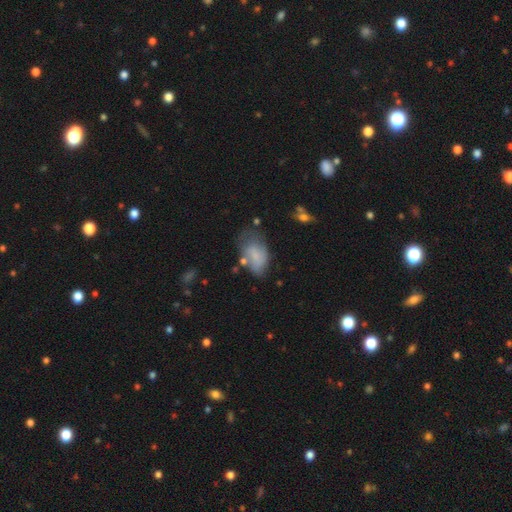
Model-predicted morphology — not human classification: This appears to be a smooth galaxy with no disk features (69%) that is in between round and cigar-shaped (91%). Merging: none (40%).